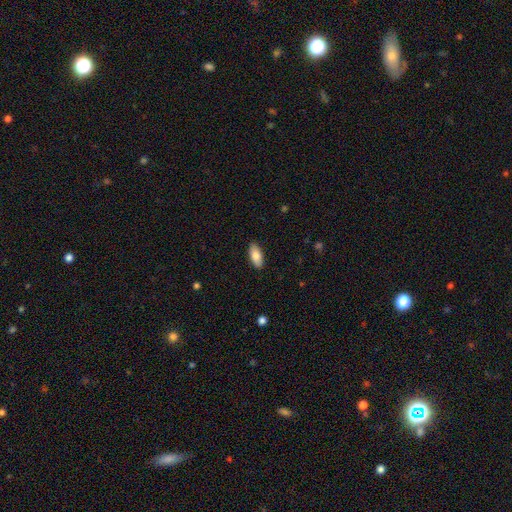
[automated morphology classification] Smooth or featured: smooth — 82% (featured or disk — 12%)
How rounded: in between — 89% (cigar-shaped — 9%)
Merging: none — 89% (minor disturbance — 8%)